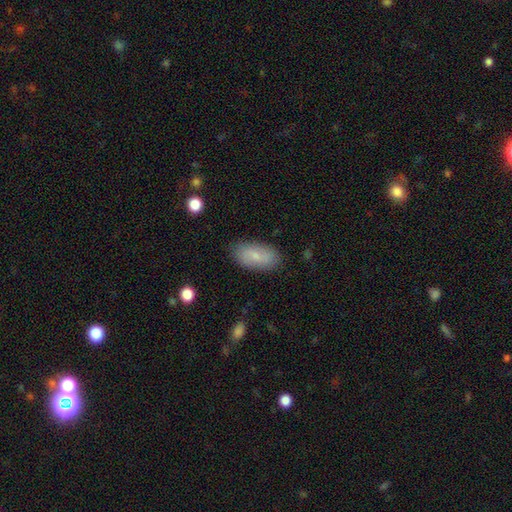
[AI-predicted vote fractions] smooth_or_featured: smooth (p=0.69) [alt: featured or disk p=0.24]
how_rounded: in between (p=0.91) [alt: cigar-shaped p=0.06]
merging: none (p=0.84) [alt: minor disturbance p=0.12]